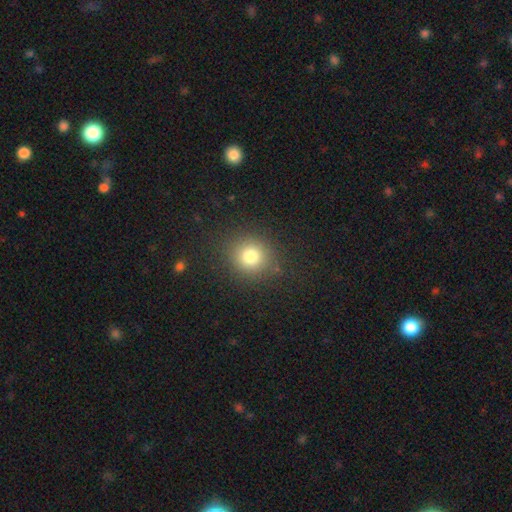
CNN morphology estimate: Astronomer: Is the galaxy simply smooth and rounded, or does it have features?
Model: smooth — 72%.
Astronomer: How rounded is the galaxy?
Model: round — 89%.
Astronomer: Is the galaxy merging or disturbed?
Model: none — 91%.